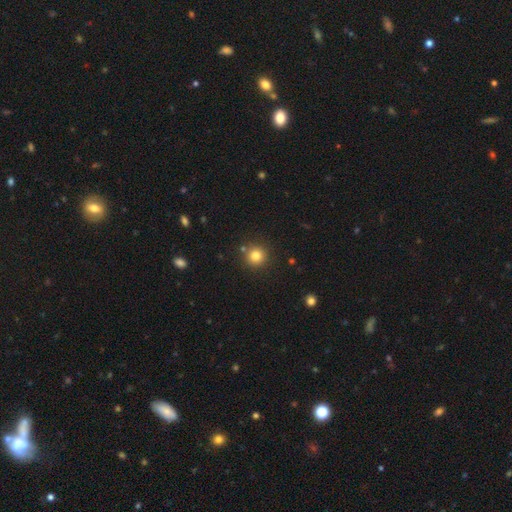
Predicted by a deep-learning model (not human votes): A smooth galaxy with no disk features (82%) that is round (94%).

Vote fractions:
- Smooth or featured? smooth: 82% / star or artifact: 12% / featured or disk: 6%
- How rounded? round: 94% / in between: 5% / cigar-shaped: 1%
- Merging? none: 87% / minor disturbance: 7% / merger: 4% / major disturbance: 2%